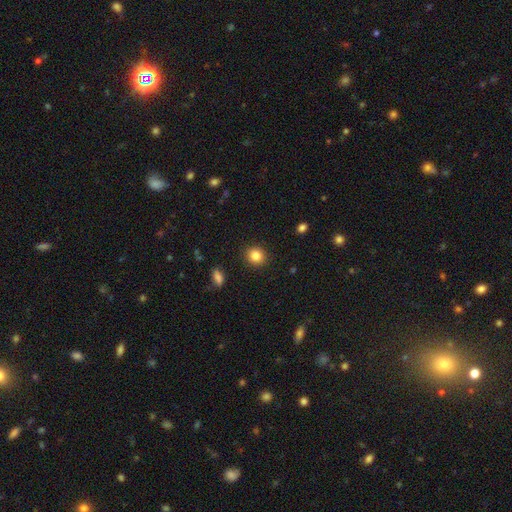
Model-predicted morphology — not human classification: The model was most divided on "how rounded": round: 86%, in between: 13%, cigar-shaped: 1%. More confident: merging — none (91%); smooth or featured — smooth (84%).